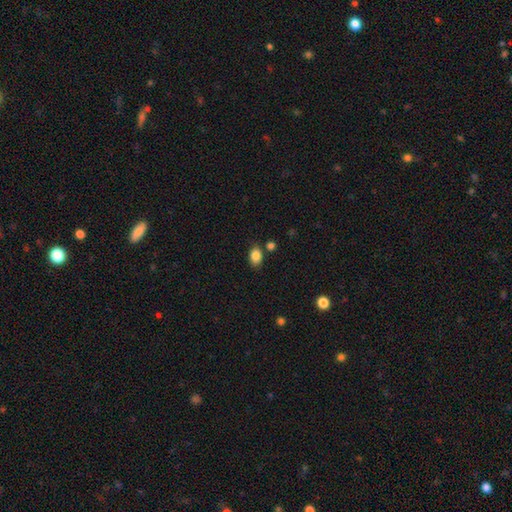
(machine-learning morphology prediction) This appears to be a smooth galaxy with no disk features (86%) that is in between round and cigar-shaped (80%). Merging: none (76%).